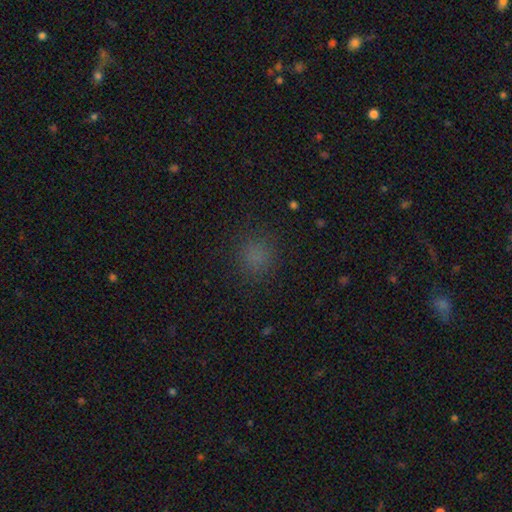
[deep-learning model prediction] Q: Smooth or featured?
A: smooth (76%); runner-up: star or artifact (20%)
Q: How rounded?
A: round (85%); runner-up: in between (13%)
Q: Merging?
A: none (87%); runner-up: minor disturbance (9%)